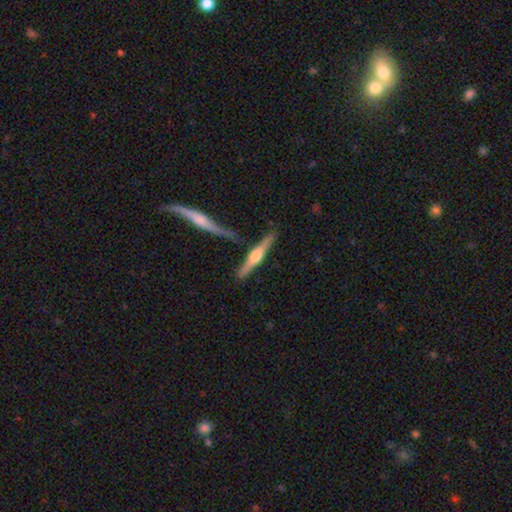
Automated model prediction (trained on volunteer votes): Q: Smooth or featured?
A: featured or disk (68%); runner-up: smooth (27%)
Q: Edge-on disk?
A: yes (97%); runner-up: no (3%)
Q: Edge-on bulge?
A: rounded (89%); runner-up: boxy (7%)
Q: Merging?
A: none (72%); runner-up: minor disturbance (13%)